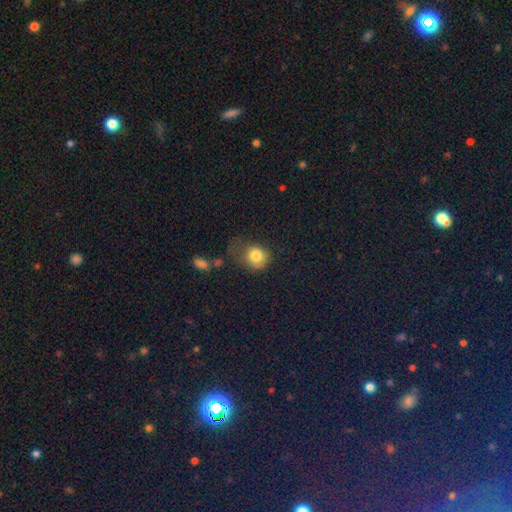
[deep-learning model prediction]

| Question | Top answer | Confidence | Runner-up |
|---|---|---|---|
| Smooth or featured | smooth | 81% | star or artifact (10%) |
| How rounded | round | 69% | in between (30%) |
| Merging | none | 38% | minor disturbance (31%) |